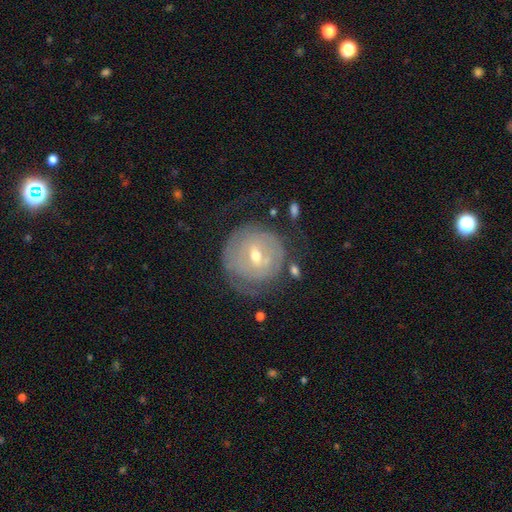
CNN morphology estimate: Q: Smooth or featured?
A: featured or disk (70%); runner-up: smooth (23%)
Q: Edge-on disk?
A: no (96%); runner-up: yes (4%)
Q: Bar?
A: weak (50%); runner-up: no (33%)
Q: Spiral arms?
A: yes (72%); runner-up: no (28%)
Q: Bulge size?
A: moderate (52%); runner-up: small (44%)
Q: Merging?
A: none (68%); runner-up: minor disturbance (17%)